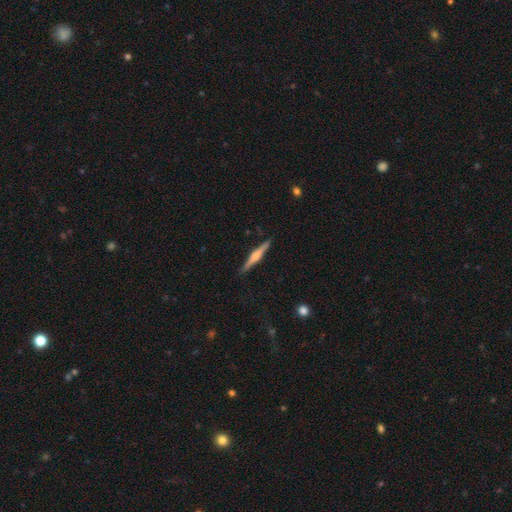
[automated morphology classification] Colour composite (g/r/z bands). It shows a featured or disk galaxy (70%) viewed edge-on (98%) with a rounded central bulge (87%). Merging: none (91%).